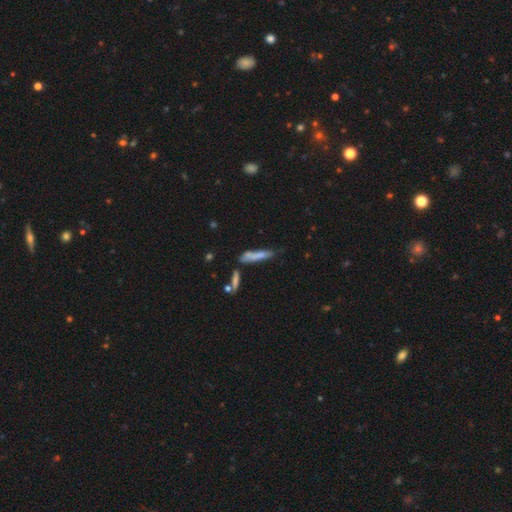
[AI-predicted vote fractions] Q: Smooth or featured?
A: smooth (72%); runner-up: featured or disk (20%)
Q: How rounded?
A: cigar-shaped (86%); runner-up: in between (13%)
Q: Merging?
A: none (56%); runner-up: minor disturbance (23%)